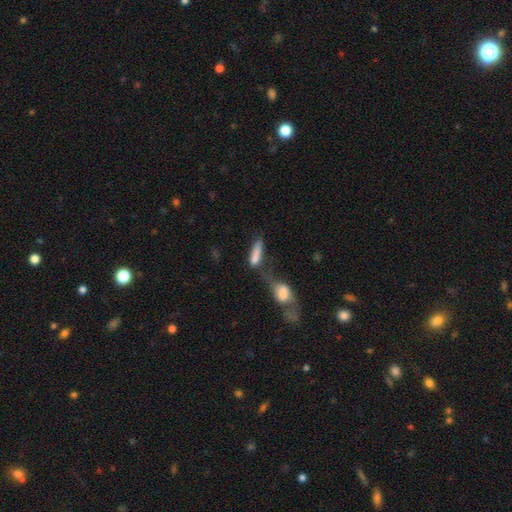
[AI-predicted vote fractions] This appears to be a smooth galaxy with no disk features (72%) that is cigar-shaped (51%). Merging: merger (60%).